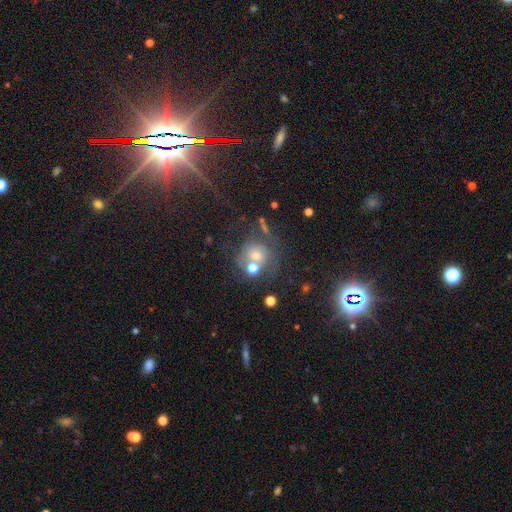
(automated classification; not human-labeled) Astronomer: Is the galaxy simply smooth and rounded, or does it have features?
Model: smooth — 38% (runner-up: star or artifact, 32%).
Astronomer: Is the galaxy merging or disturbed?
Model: none — 51%.